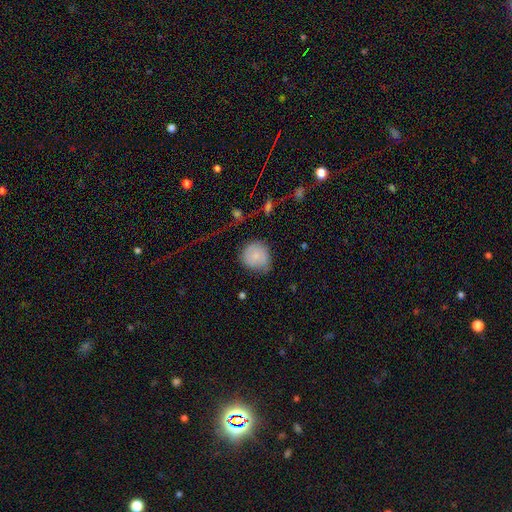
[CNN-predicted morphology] The model was most divided on "merging": none: 60%, minor disturbance: 29%, major disturbance: 9%, merger: 2%. More confident: how rounded — round (84%); smooth or featured — smooth (81%).